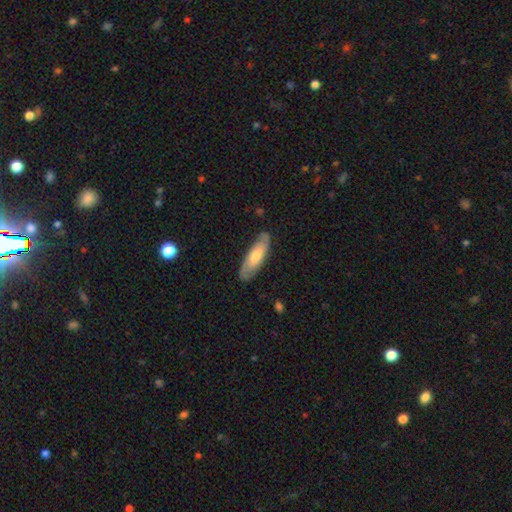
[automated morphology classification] smooth-or-featured: smooth: 54% | featured or disk: 40% | star or artifact: 6%
  how-rounded: cigar-shaped: 52% | in between: 46% | round: 2%
  merging: none: 82% | minor disturbance: 14% | major disturbance: 3% | merger: 1%